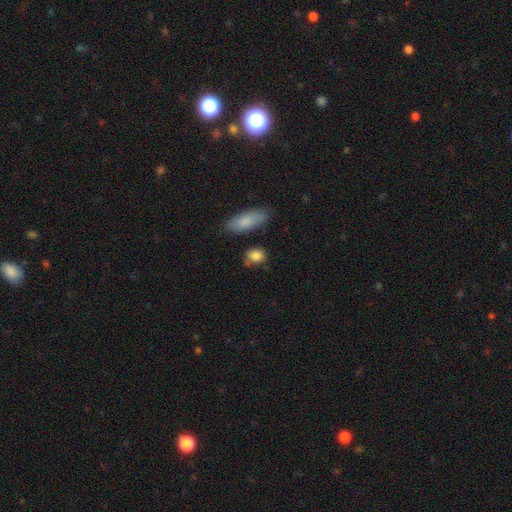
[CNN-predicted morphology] Smooth or featured? Predicted: smooth (p=0.85). How rounded? Predicted: round (p=0.51). Merging? Predicted: none (p=0.65).